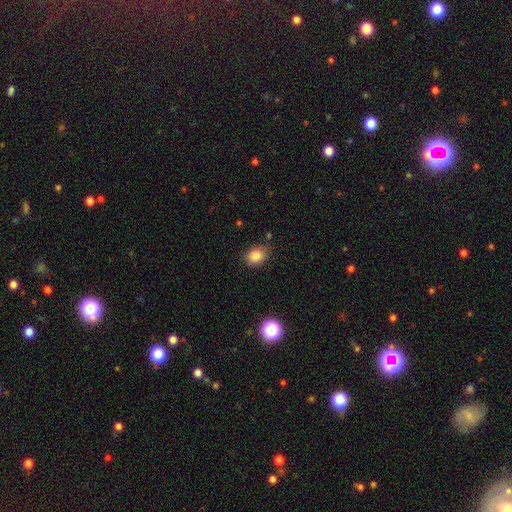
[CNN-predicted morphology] Smooth or featured?
  - smooth: 85% *
  - star or artifact: 10%
  - featured or disk: 5%
How rounded?
  - in between: 62% *
  - round: 37%
  - cigar-shaped: 1%
Merging?
  - none: 81% *
  - minor disturbance: 14%
  - major disturbance: 3%
  - merger: 2%